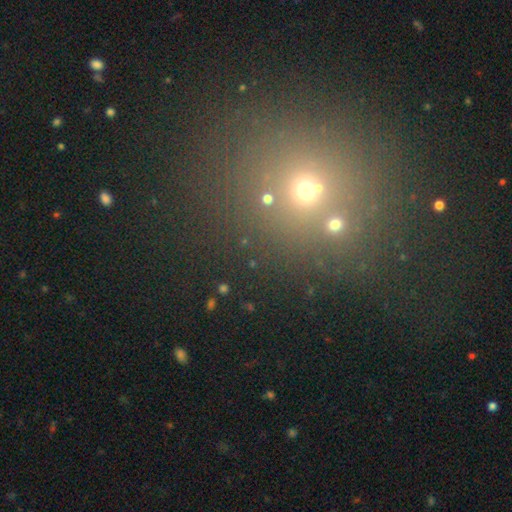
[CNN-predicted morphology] Overall: star or artifact (47%; smooth 42%).